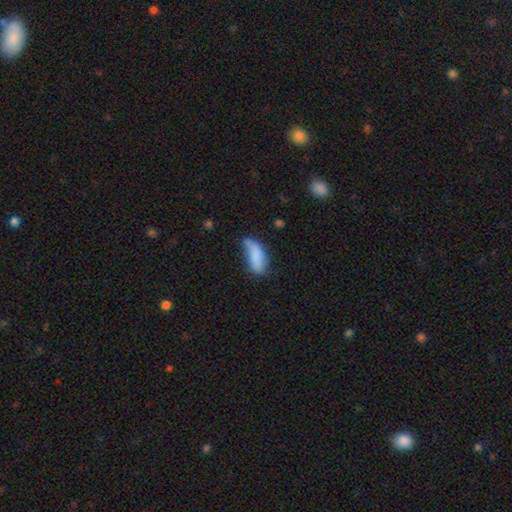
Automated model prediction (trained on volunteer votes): smooth 80%, featured or disk 13%, star or artifact 7%. Down the decision tree: how rounded — in between (76%); merging — minor disturbance (37%).